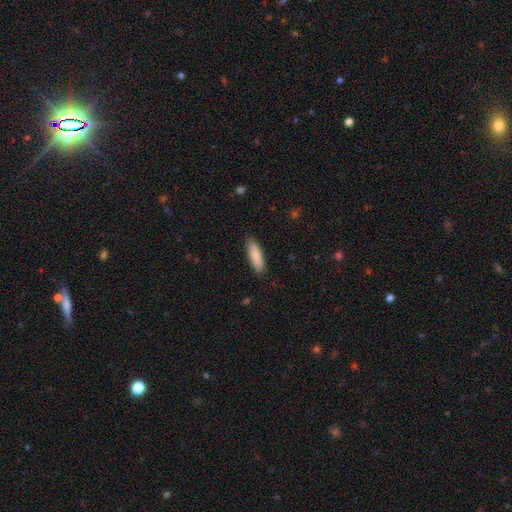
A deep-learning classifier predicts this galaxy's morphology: Smooth or featured? smooth (86%)
How rounded? cigar-shaped (54%)
Merging? none (88%)